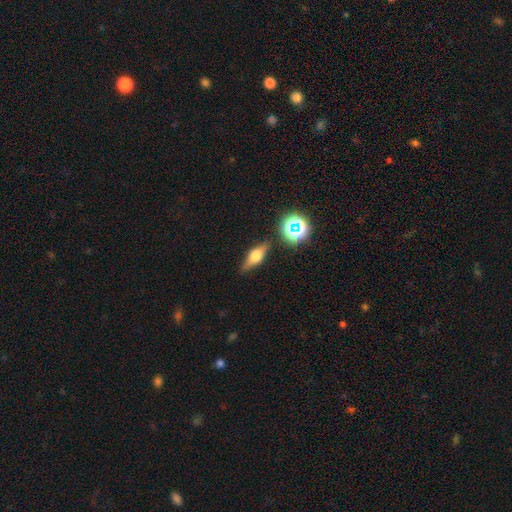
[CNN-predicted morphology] This is possibly a featured or disk galaxy (52%). It is clearly viewed edge-on (91%). Merging: clearly none (84%).